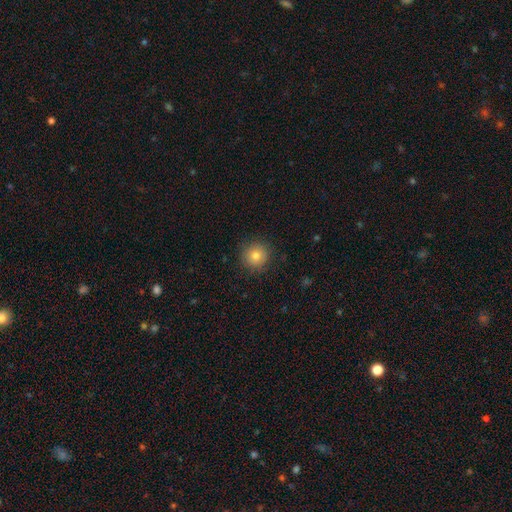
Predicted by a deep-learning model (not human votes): A smooth galaxy with no disk features (81%) that is round (94%). Merging: none (89%).